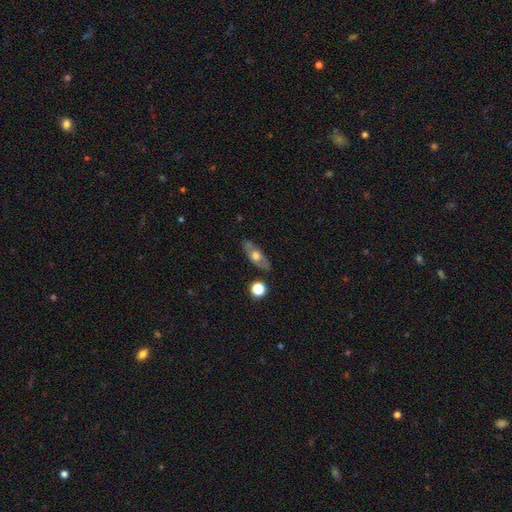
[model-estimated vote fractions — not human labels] The model was most divided on "smooth or featured": featured or disk: 49%, smooth: 44%, star or artifact: 7%. More confident: merging — none (81%).